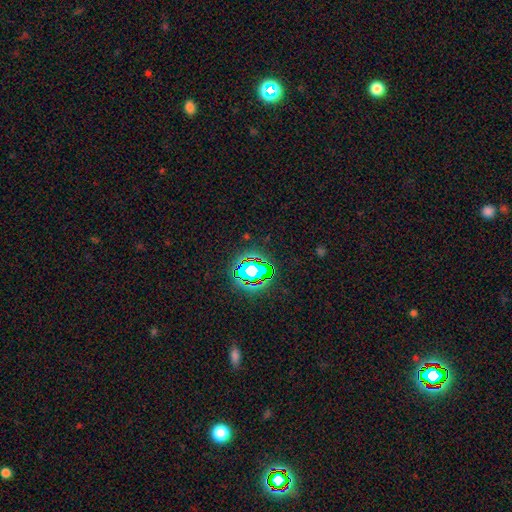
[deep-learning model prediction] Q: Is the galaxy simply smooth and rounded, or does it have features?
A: star or artifact — 76%.